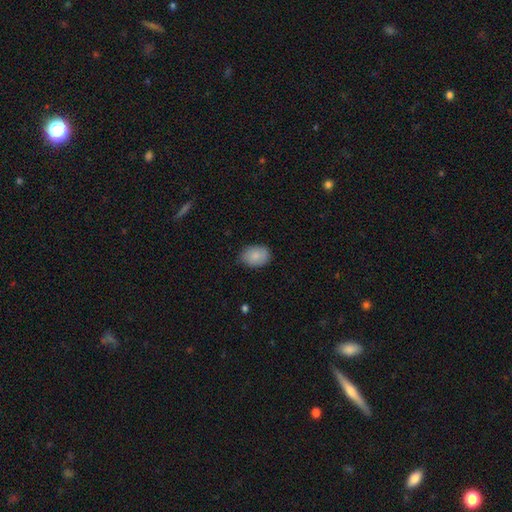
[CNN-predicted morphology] type=smooth (86%); roundness=in between (74%); merging=none (82%).